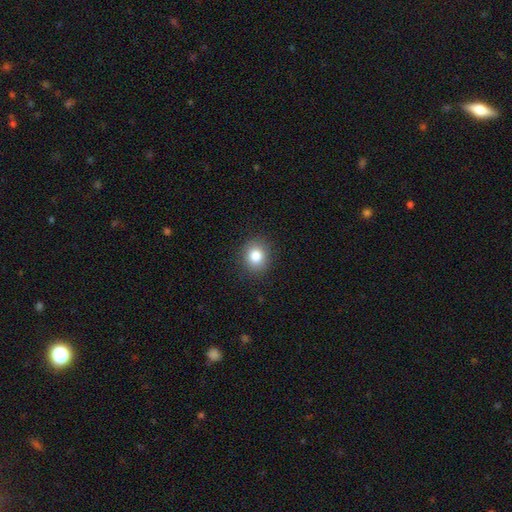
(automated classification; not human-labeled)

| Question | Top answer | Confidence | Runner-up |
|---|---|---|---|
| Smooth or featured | smooth | 83% | star or artifact (11%) |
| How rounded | round | 77% | in between (22%) |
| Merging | none | 89% | minor disturbance (7%) |